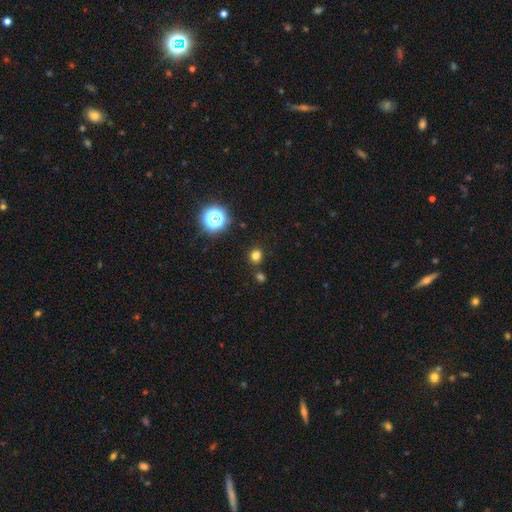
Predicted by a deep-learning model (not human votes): Smooth or featured: smooth — 74% (star or artifact — 21%)
How rounded: round — 82% (in between — 17%)
Merging: none — 82% (minor disturbance — 8%)